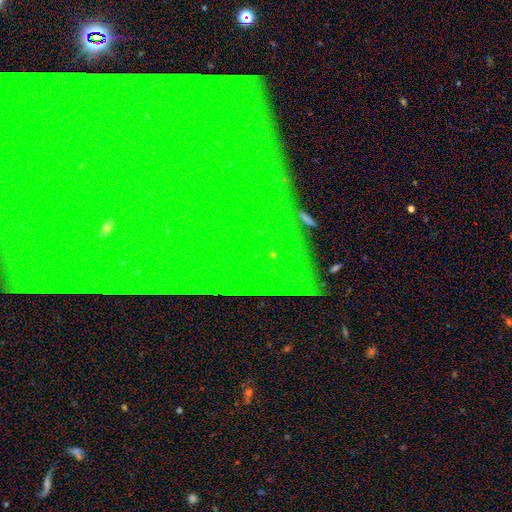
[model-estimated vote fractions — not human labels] smooth_or_featured: star or artifact (p=0.84) [alt: featured or disk p=0.08]